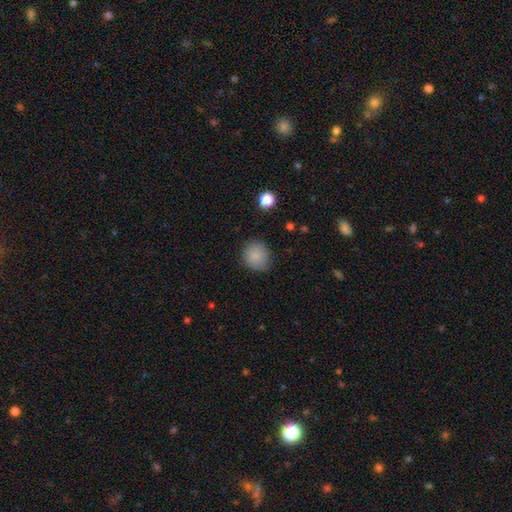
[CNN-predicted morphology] Smooth or featured? smooth (85%)
How rounded? round (84%)
Merging? none (84%)